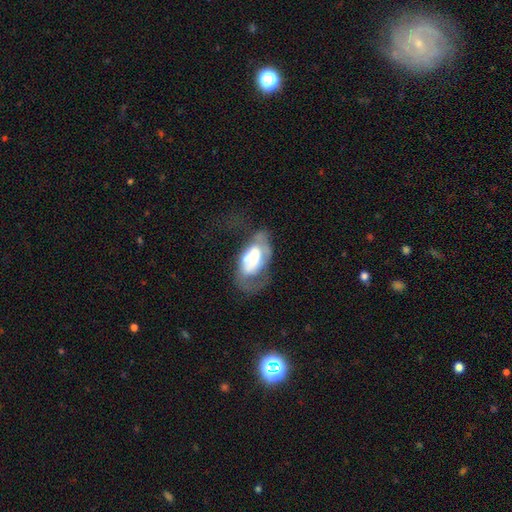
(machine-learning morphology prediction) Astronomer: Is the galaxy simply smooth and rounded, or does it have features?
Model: featured or disk — 52% (runner-up: smooth, 41%).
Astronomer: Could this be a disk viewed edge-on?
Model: no — 93%.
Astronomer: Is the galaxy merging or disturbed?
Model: major disturbance — 47% (runner-up: none, 23%).